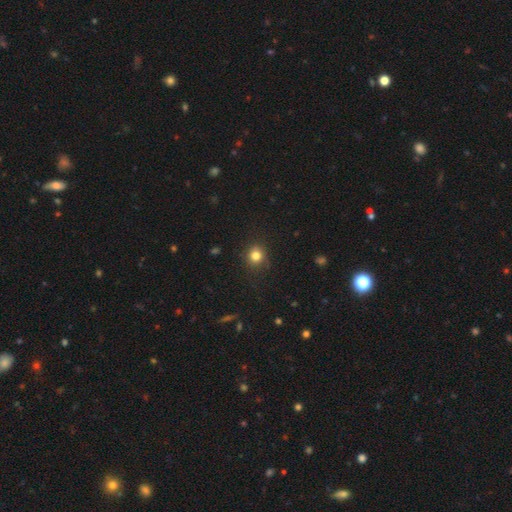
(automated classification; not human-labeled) Overall: smooth (80%). How rounded: round (86%). Merging: none (83%).